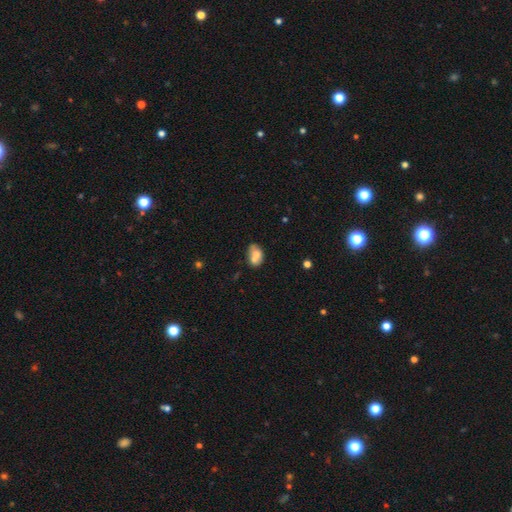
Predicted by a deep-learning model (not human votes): Smooth or featured? smooth (65%)
How rounded? in between (76%)
Merging? merger (42%)